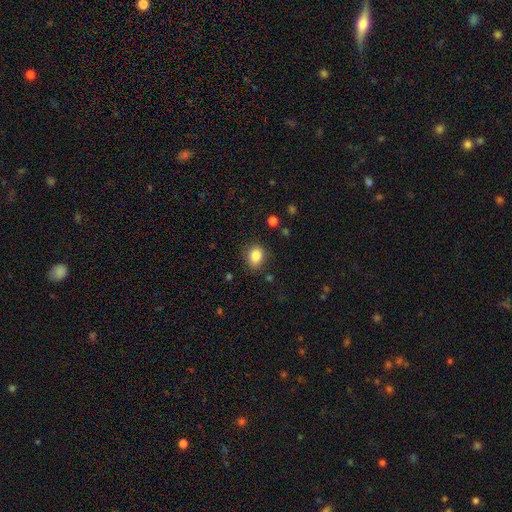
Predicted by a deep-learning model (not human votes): Morphology: type=smooth (84%); roundness=round (58%); merging=none (83%).